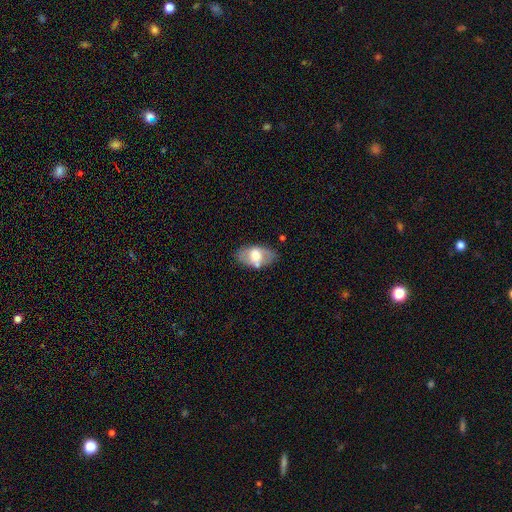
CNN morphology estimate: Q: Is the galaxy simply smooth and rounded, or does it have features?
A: smooth — 54%.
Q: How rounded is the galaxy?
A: in between — 91%.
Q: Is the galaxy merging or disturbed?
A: none — 72%.